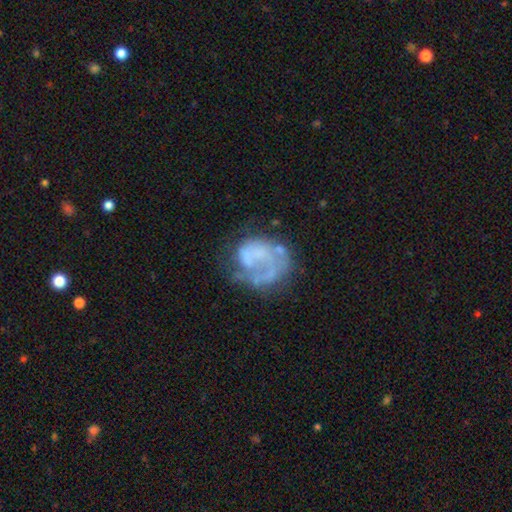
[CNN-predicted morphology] A featured or disk galaxy (63%) with no bar (86%), no spiral arms (63%) and no central bulge (69%). Merging: none (42%).